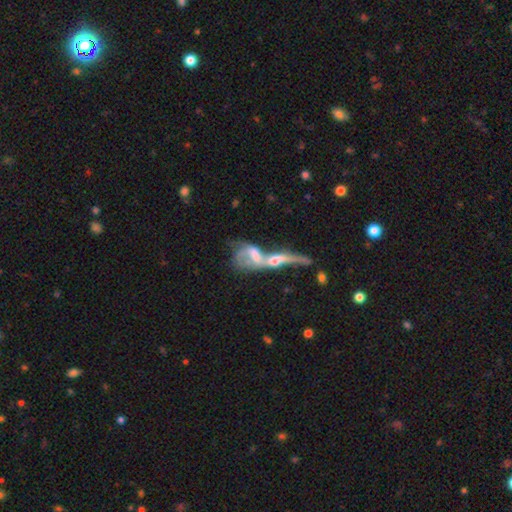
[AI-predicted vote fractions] Smooth or featured? featured or disk (66%)
Edge-on disk? no (71%)
Merging? merger (72%)